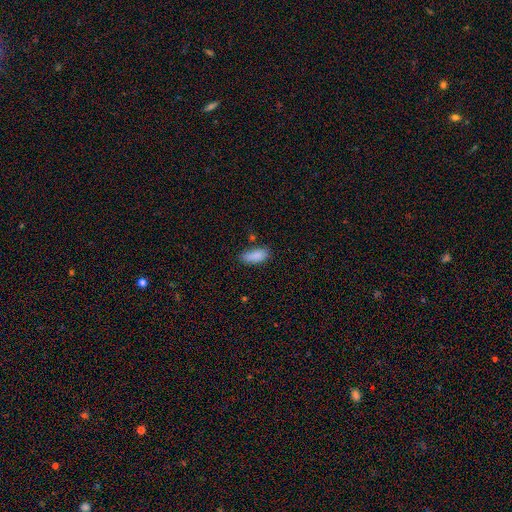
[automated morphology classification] smooth 88%, star or artifact 7%, featured or disk 5%. Down the decision tree: how rounded — in between (82%); merging — none (70%).